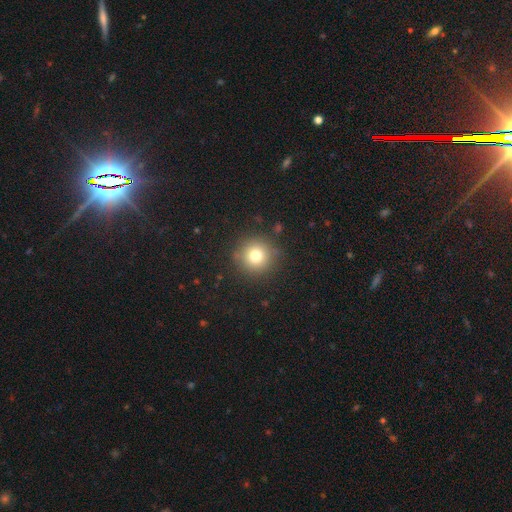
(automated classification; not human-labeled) This appears to be a smooth galaxy with no disk features (76%) that is round (95%). Merging: none (88%).